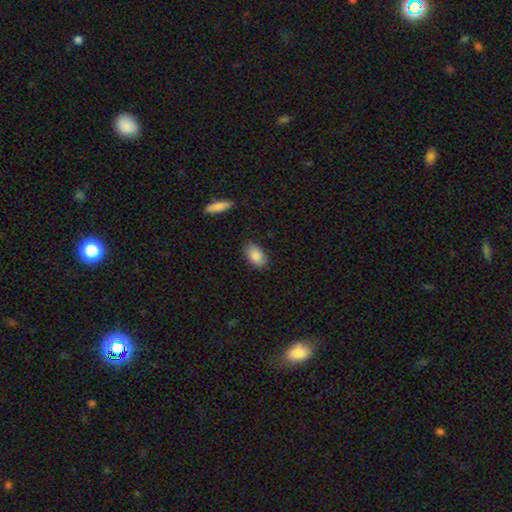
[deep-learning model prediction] Smooth or featured: smooth — 87% (star or artifact — 7%)
How rounded: in between — 92% (round — 6%)
Merging: none — 84% (minor disturbance — 12%)